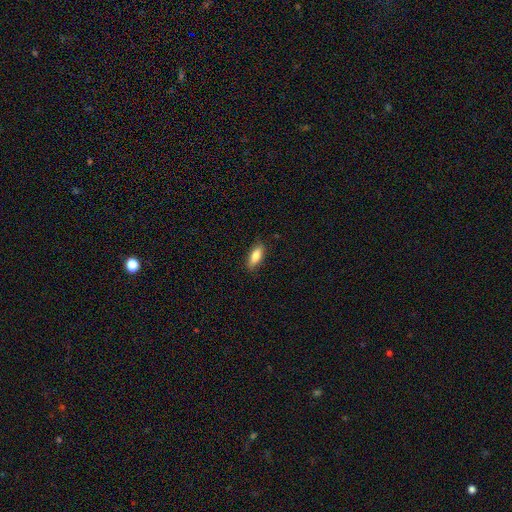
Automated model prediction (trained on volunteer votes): smooth 79%, featured or disk 14%, star or artifact 7%. Down the decision tree: how rounded — in between (67%); merging — none (86%).